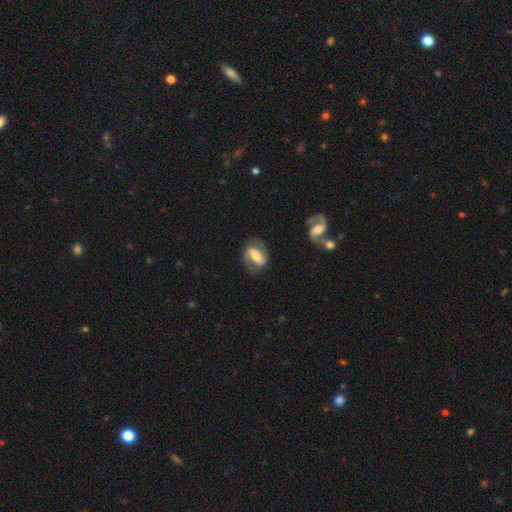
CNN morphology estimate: A featured or disk galaxy (72%) with a strong bar (56%), 2 (85%) medium (48%) spiral arms (89%) and a moderate central bulge (50%).

Vote fractions:
- Smooth or featured? featured or disk: 72% / smooth: 22% / star or artifact: 6%
- Edge-on disk? no: 95% / yes: 5%
- Bar? strong: 56% / weak: 29% / no: 15%
- Spiral arms? yes: 89% / no: 11%
- Spiral winding? medium: 48% / tight: 28% / loose: 25%
- Spiral arm count? 2: 85% / 1: 7% / can't tell: 6% / 3: 1% / 4: 1% / more than 4: 1%
- Bulge size? moderate: 50% / small: 31% / large: 12% / none: 5% / dominant: 2%
- Merging? none: 72% / minor disturbance: 17% / major disturbance: 8% / merger: 2%